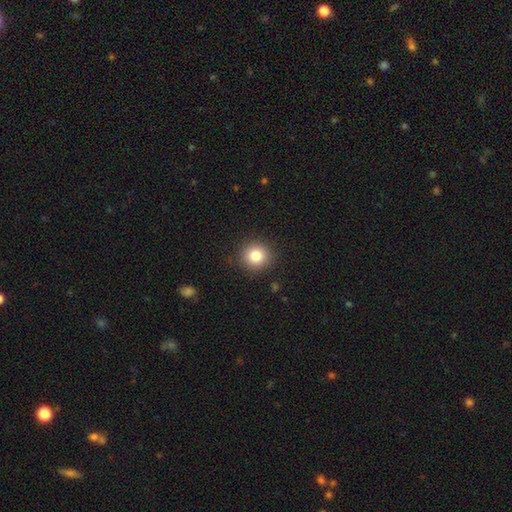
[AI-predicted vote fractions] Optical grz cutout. It shows a smooth galaxy with no disk features (82%) that is round (92%). Merging: none (90%).